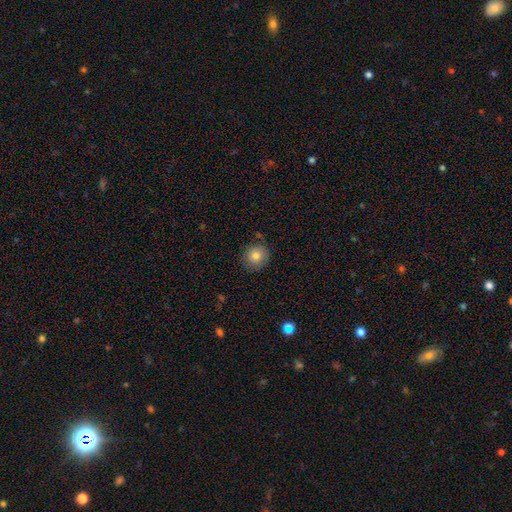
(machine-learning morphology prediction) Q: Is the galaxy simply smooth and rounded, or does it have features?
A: smooth — 79%.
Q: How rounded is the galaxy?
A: round — 88%.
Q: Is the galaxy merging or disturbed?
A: none — 85%.